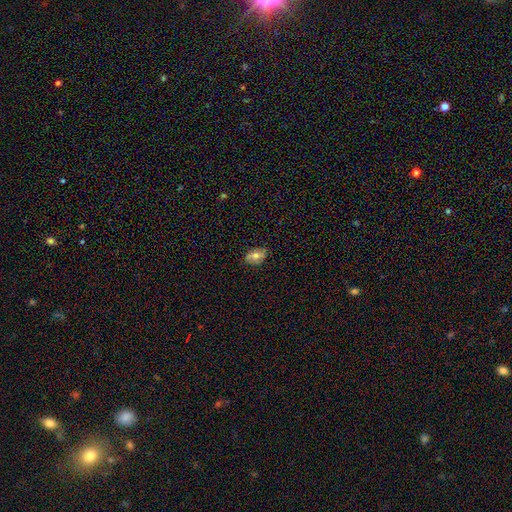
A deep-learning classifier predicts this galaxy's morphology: This appears to be a smooth galaxy with no disk features (67%) that is in between round and cigar-shaped (89%). Merging: none (81%).